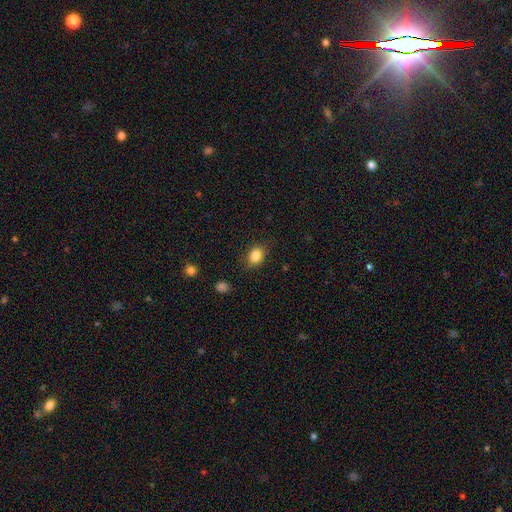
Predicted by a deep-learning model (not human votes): A smooth galaxy with no disk features (85%) that is in between round and cigar-shaped (62%). Merging: none (83%).